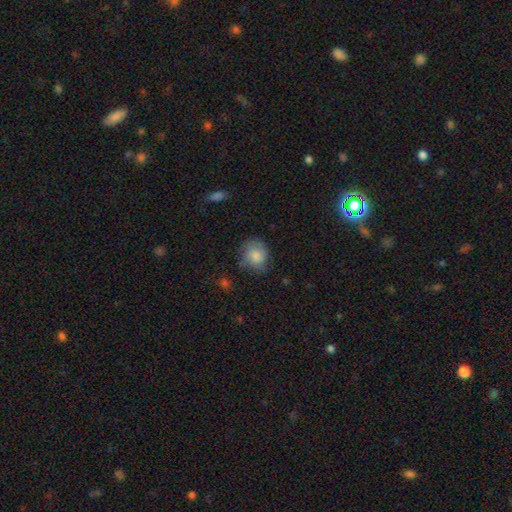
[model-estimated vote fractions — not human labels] This is clearly a smooth galaxy (81%). How rounded: likely round (74%). Merging: likely none (69%).